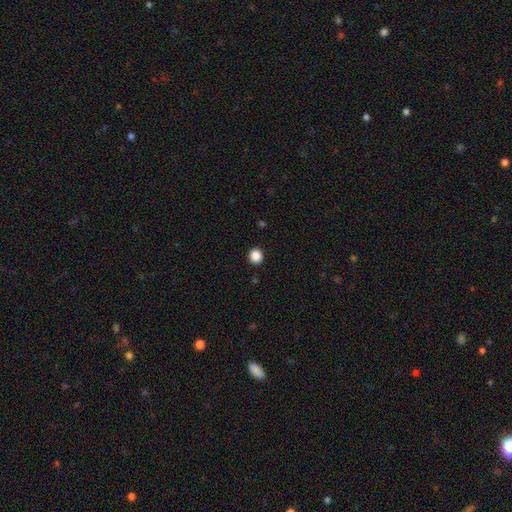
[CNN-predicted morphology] Smooth or featured? Predicted: smooth (p=0.87). How rounded? Predicted: round (p=0.88). Merging? Predicted: none (p=0.92).